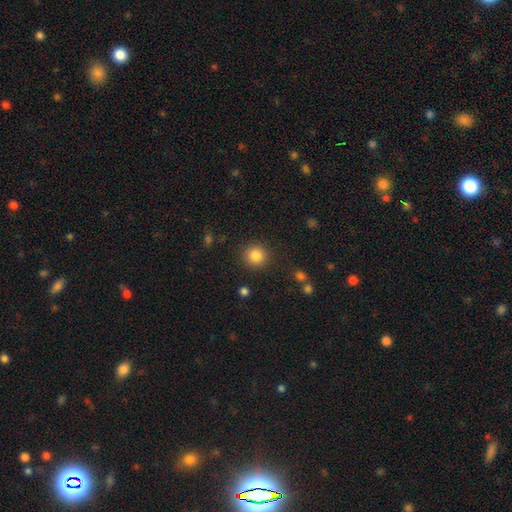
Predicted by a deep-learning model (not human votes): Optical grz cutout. It shows a smooth galaxy with no disk features (84%) that is round (93%). Merging: none (89%).